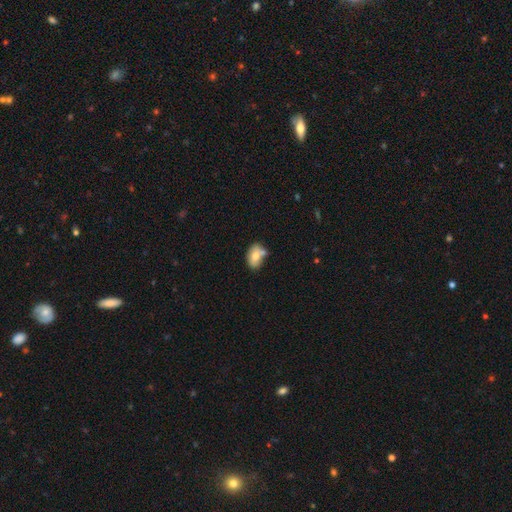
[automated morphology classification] smooth-or-featured: smooth: 71% | featured or disk: 21% | star or artifact: 8%
  how-rounded: in between: 81% | round: 17% | cigar-shaped: 1%
  merging: none: 47% | merger: 27% | minor disturbance: 21% | major disturbance: 6%